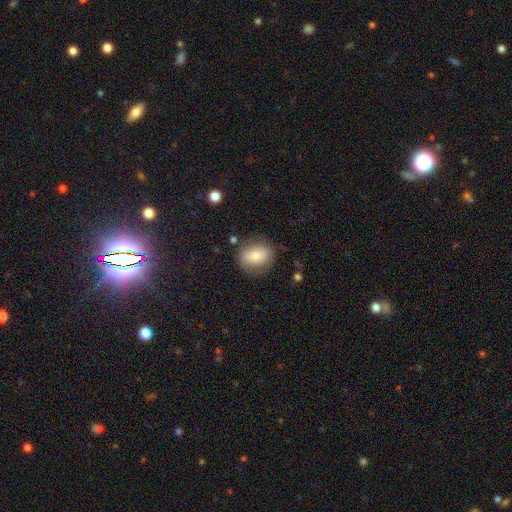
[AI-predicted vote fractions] Overall: smooth (77%). How rounded: in between (56%; round 43%). Merging: none (76%).